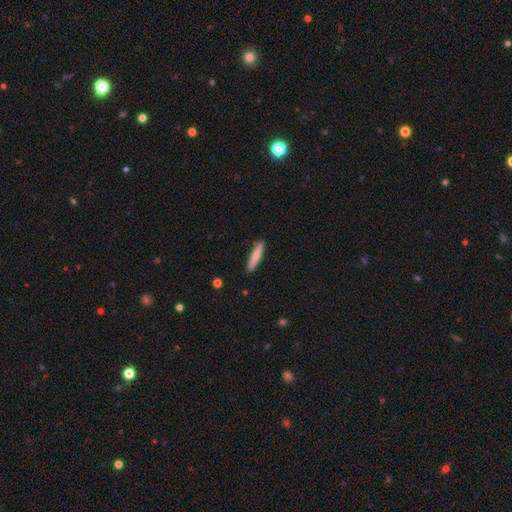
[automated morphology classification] This appears to be a smooth galaxy with no disk features (76%) that is cigar-shaped (89%). Merging: none (90%).